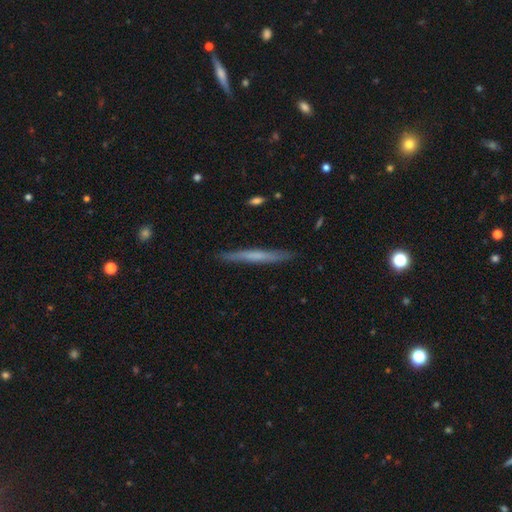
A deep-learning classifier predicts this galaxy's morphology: Smooth or featured?
  - smooth: 48% *
  - featured or disk: 46%
  - star or artifact: 6%
Merging?
  - none: 90% *
  - minor disturbance: 8%
  - major disturbance: 1%
  - merger: 1%